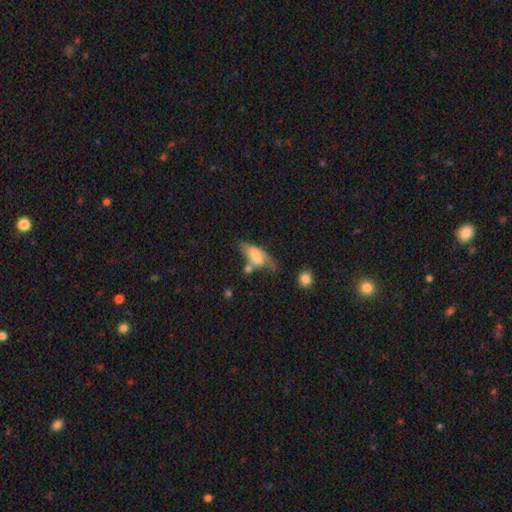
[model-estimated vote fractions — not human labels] smooth_or_featured: smooth (p=0.57) [alt: featured or disk p=0.36]
how_rounded: in between (p=0.82) [alt: cigar-shaped p=0.14]
merging: none (p=0.37) [alt: minor disturbance p=0.26]